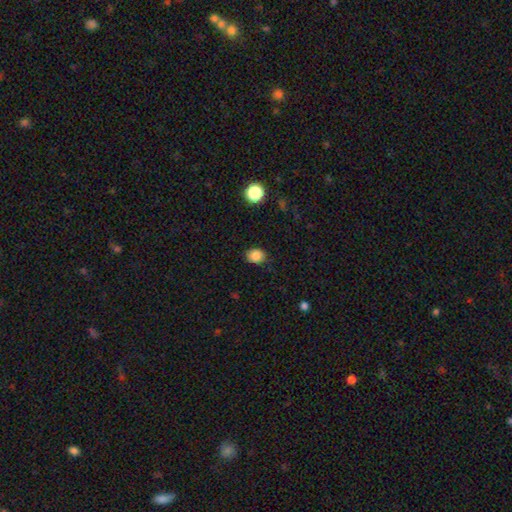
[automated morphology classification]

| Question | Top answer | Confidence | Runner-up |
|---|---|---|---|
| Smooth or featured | smooth | 85% | star or artifact (10%) |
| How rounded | round | 50% | in between (49%) |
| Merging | none | 84% | minor disturbance (12%) |